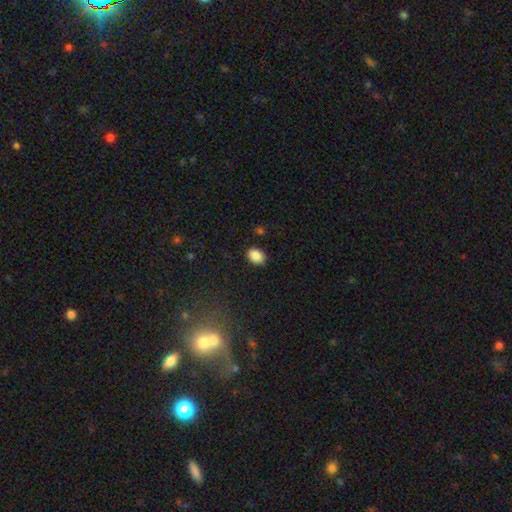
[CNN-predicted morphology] smooth-or-featured: smooth: 88% | star or artifact: 8% | featured or disk: 4%
  how-rounded: in between: 72% | round: 27% | cigar-shaped: 1%
  merging: none: 87% | minor disturbance: 9% | major disturbance: 2% | merger: 1%